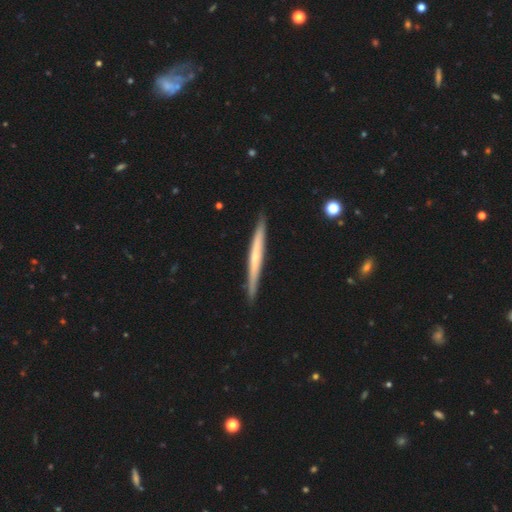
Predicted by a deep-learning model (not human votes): Smooth or featured?
  - featured or disk: 56% *
  - smooth: 39%
  - star or artifact: 5%
Edge-on disk?
  - yes: 97% *
  - no: 3%
Edge-on bulge?
  - none: 67% *
  - rounded: 28%
  - boxy: 6%
Merging?
  - none: 90% *
  - minor disturbance: 8%
  - major disturbance: 1%
  - merger: 1%